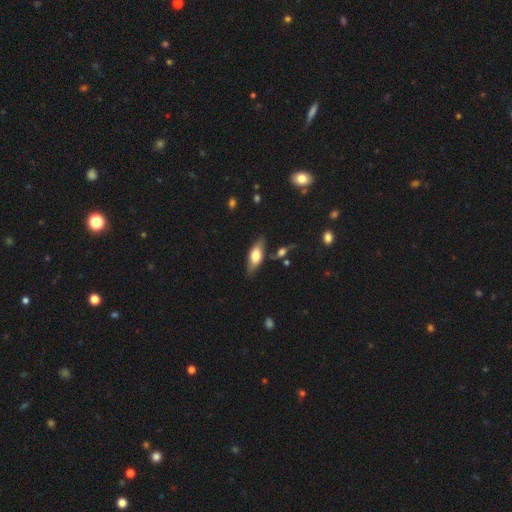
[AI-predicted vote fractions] Smooth or featured?
  - smooth: 59% *
  - featured or disk: 34%
  - star or artifact: 7%
How rounded?
  - in between: 70% *
  - cigar-shaped: 27%
  - round: 3%
Merging?
  - none: 76% *
  - minor disturbance: 16%
  - merger: 5%
  - major disturbance: 4%